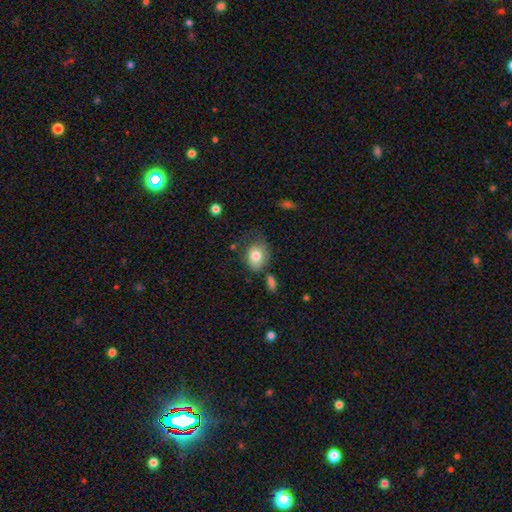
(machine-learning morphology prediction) smooth-or-featured: smooth: 79% | featured or disk: 13% | star or artifact: 8%
  how-rounded: in between: 60% | round: 39% | cigar-shaped: 1%
  merging: none: 56% | minor disturbance: 27% | major disturbance: 11% | merger: 7%